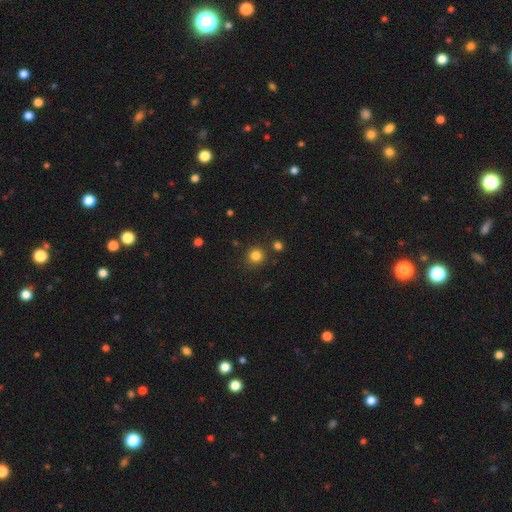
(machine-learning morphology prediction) Smooth or featured? smooth (82%)
How rounded? round (92%)
Merging? none (85%)